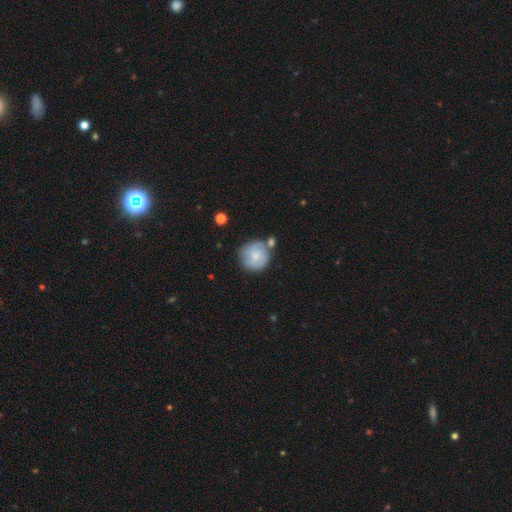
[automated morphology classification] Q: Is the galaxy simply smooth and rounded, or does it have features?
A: featured or disk — 47%.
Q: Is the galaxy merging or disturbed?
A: none — 60%.